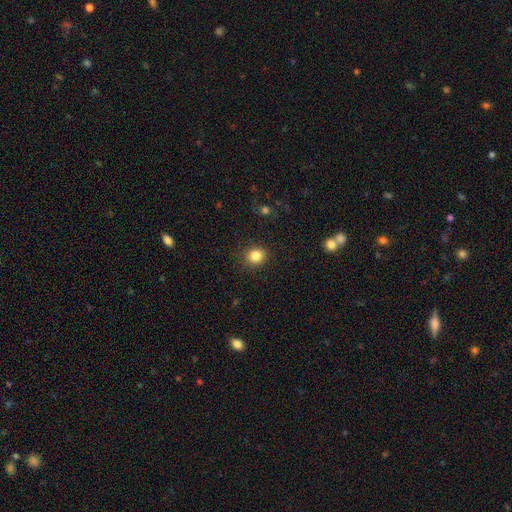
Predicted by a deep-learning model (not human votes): smooth_or_featured: smooth (p=0.84) [alt: star or artifact p=0.11]
how_rounded: round (p=0.74) [alt: in between p=0.25]
merging: none (p=0.88) [alt: minor disturbance p=0.08]